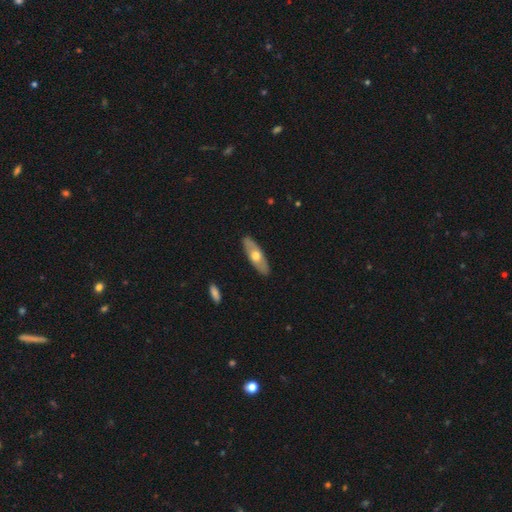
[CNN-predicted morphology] Q: Smooth or featured?
A: smooth (51%); runner-up: featured or disk (44%)
Q: How rounded?
A: in between (56%); runner-up: cigar-shaped (41%)
Q: Merging?
A: none (88%); runner-up: minor disturbance (9%)